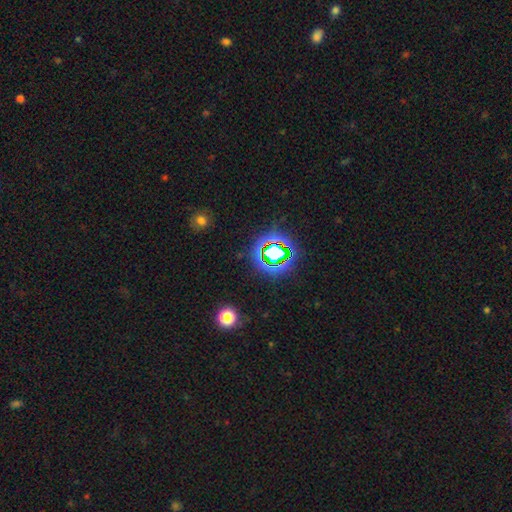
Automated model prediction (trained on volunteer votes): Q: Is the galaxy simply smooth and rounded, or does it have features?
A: star or artifact — 74%.